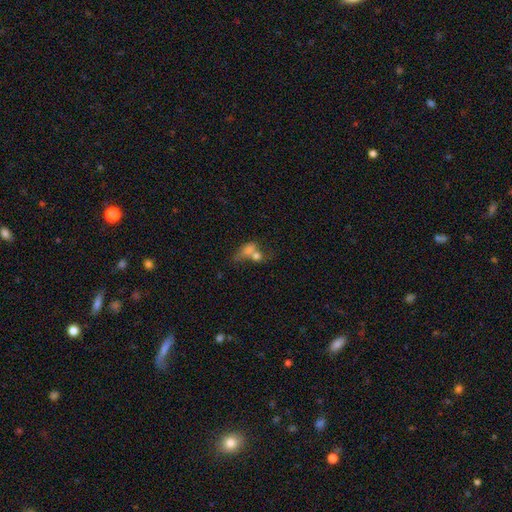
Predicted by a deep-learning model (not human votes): smooth_or_featured: smooth (p=0.66) [alt: featured or disk p=0.23]
how_rounded: in between (p=0.60) [alt: round p=0.34]
merging: merger (p=0.67) [alt: none p=0.16]